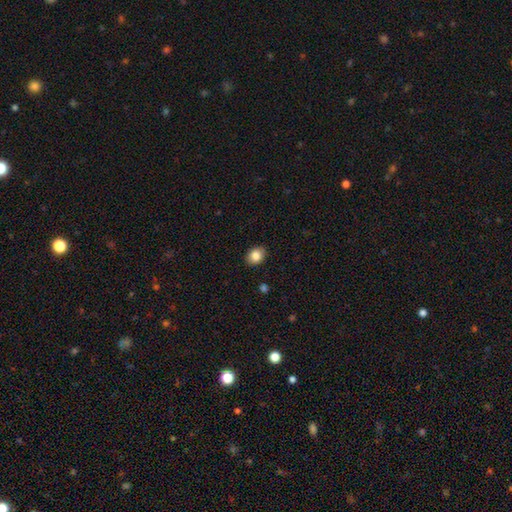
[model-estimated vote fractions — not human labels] Smooth or featured?
  - smooth: 84% *
  - star or artifact: 9%
  - featured or disk: 7%
How rounded?
  - in between: 53% *
  - round: 46%
  - cigar-shaped: 1%
Merging?
  - none: 90% *
  - minor disturbance: 7%
  - major disturbance: 2%
  - merger: 1%